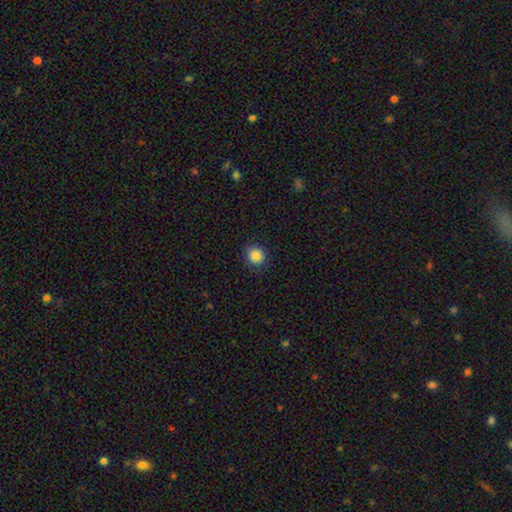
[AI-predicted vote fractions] Smooth or featured? Predicted: smooth (p=0.87). How rounded? Predicted: round (p=0.86). Merging? Predicted: none (p=0.89).